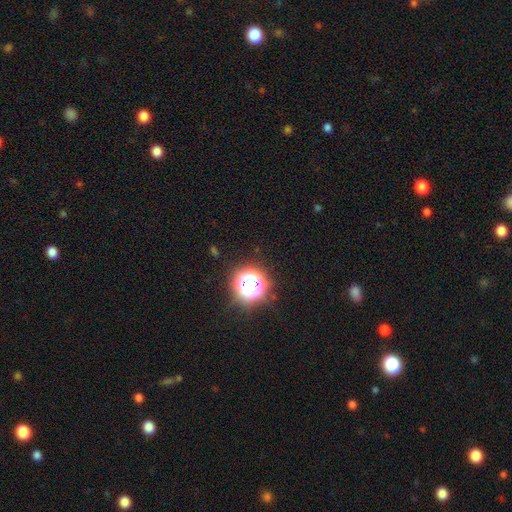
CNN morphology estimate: type=star or artifact (77%).